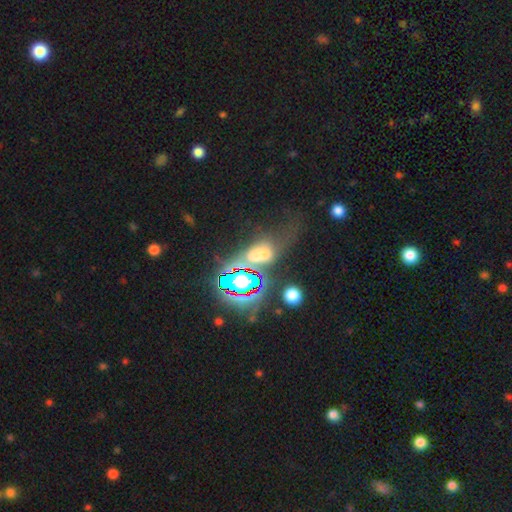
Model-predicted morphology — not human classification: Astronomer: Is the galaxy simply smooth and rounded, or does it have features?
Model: smooth — 41% (runner-up: star or artifact, 34%).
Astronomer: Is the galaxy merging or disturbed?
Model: none — 32% (runner-up: major disturbance, 27%).